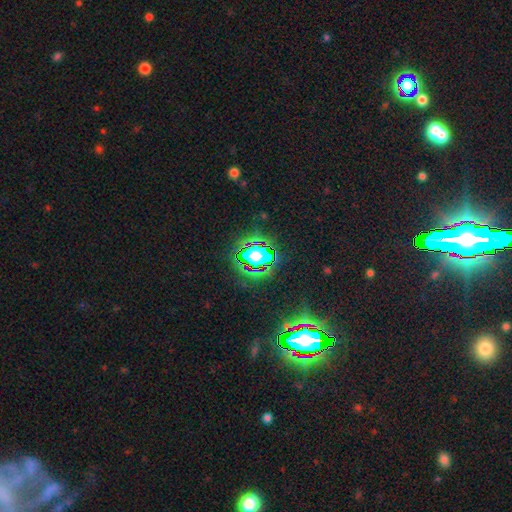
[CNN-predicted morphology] Smooth or featured: star or artifact — 82% (smooth — 11%)